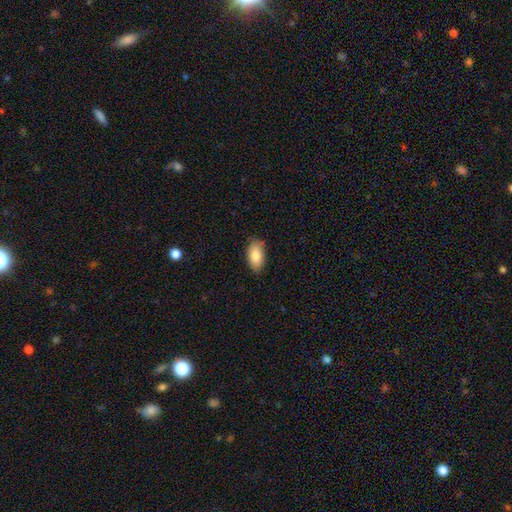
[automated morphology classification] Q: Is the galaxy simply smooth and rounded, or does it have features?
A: smooth — 85%.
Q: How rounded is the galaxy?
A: in between — 94%.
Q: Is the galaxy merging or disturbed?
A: none — 83%.